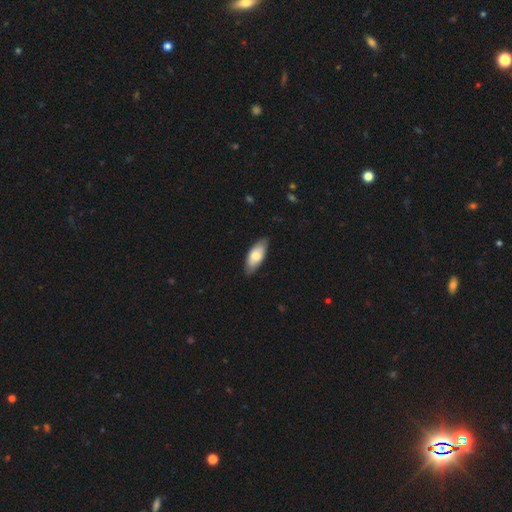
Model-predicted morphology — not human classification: Smooth or featured? Predicted: smooth (p=0.73). How rounded? Predicted: in between (p=0.85). Merging? Predicted: none (p=0.81).